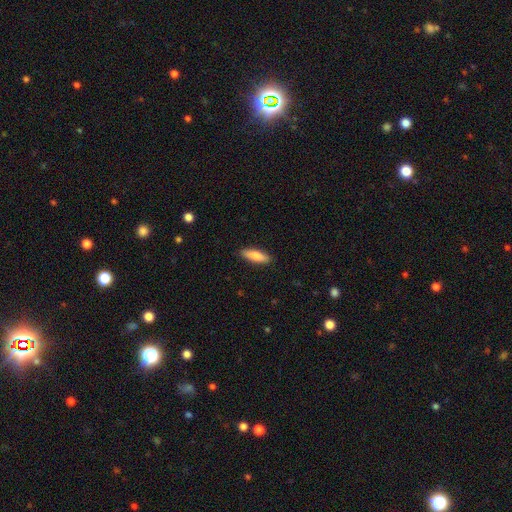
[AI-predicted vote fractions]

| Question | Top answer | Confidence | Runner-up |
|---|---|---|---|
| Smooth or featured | smooth | 81% | featured or disk (13%) |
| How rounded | cigar-shaped | 54% | in between (44%) |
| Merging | none | 89% | minor disturbance (8%) |